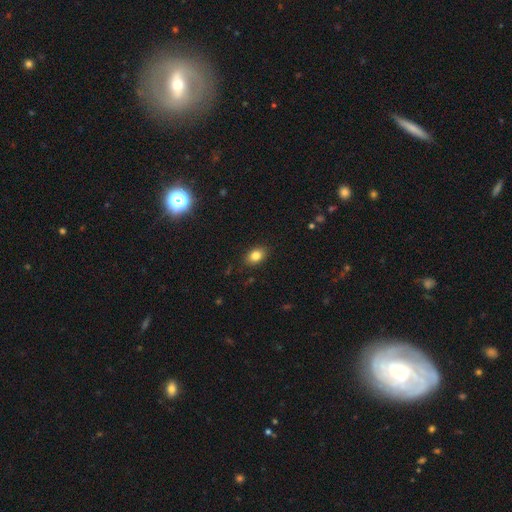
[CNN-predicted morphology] type=smooth (83%); roundness=in between (76%); merging=none (87%).